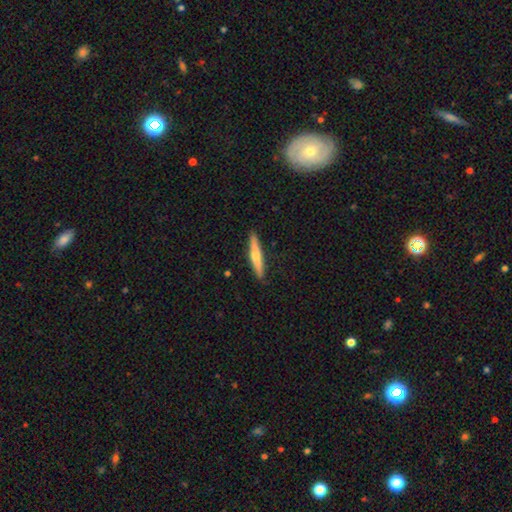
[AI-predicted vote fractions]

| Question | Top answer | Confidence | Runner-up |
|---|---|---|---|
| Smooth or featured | featured or disk | 51% | smooth (43%) |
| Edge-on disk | yes | 95% | no (5%) |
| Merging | none | 90% | minor disturbance (8%) |